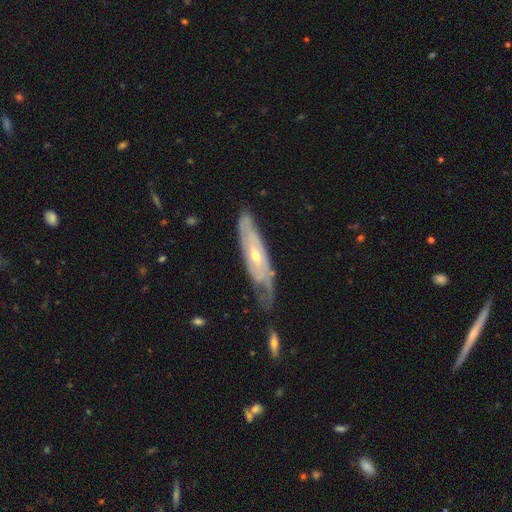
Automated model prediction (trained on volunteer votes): A featured or disk galaxy (79%) with no bar (56%), tight (63%) spiral arms (86%) and a small central bulge (51%). Merging: none (61%).